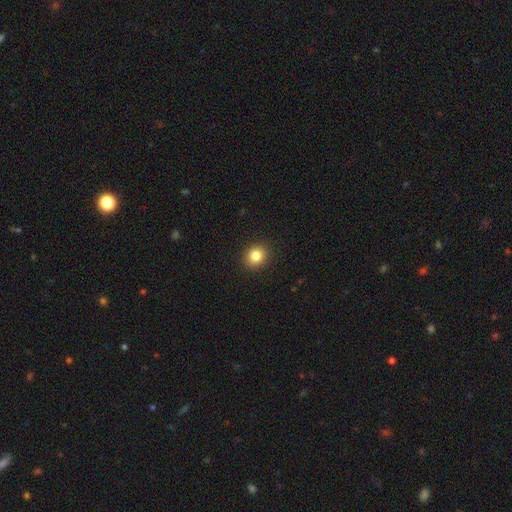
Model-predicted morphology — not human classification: type=smooth (83%); roundness=round (78%); merging=none (91%).